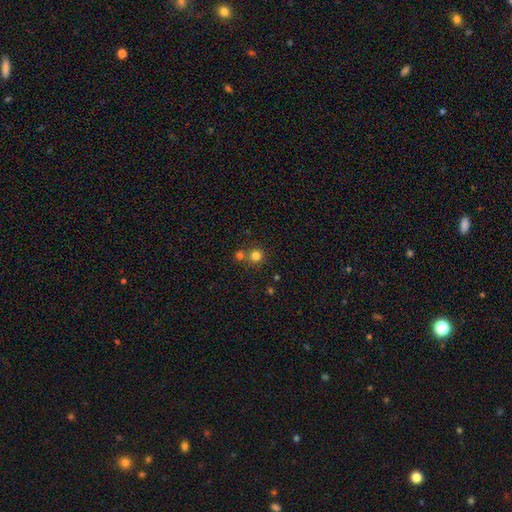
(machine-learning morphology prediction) This is likely a smooth galaxy (79%). How rounded: clearly round (93%). Merging: likely none (65%).